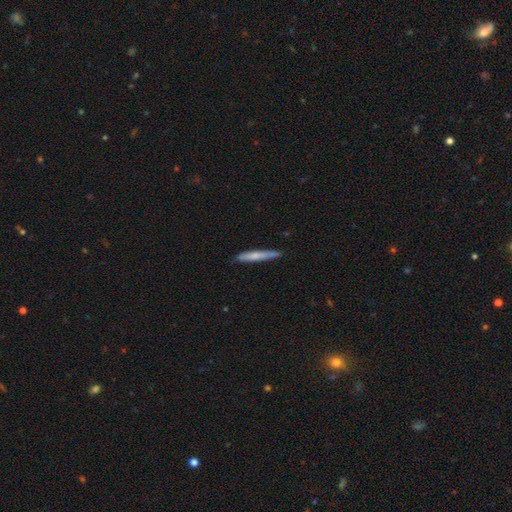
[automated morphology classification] Q: Smooth or featured?
A: smooth (64%); runner-up: featured or disk (30%)
Q: How rounded?
A: cigar-shaped (95%); runner-up: in between (4%)
Q: Merging?
A: none (80%); runner-up: minor disturbance (16%)